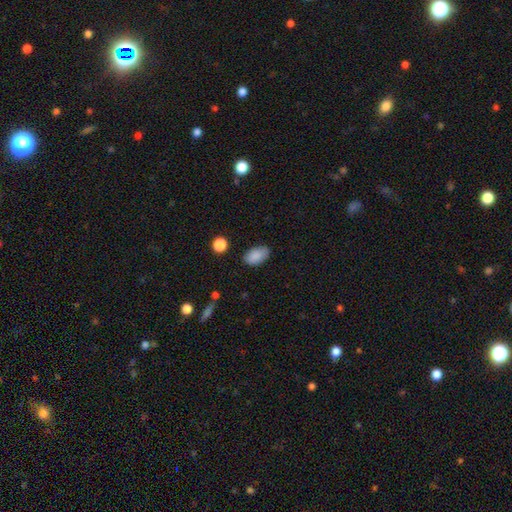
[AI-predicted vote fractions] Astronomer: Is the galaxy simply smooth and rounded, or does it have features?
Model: smooth — 88%.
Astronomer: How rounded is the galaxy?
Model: in between — 93%.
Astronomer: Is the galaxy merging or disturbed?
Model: none — 82%.